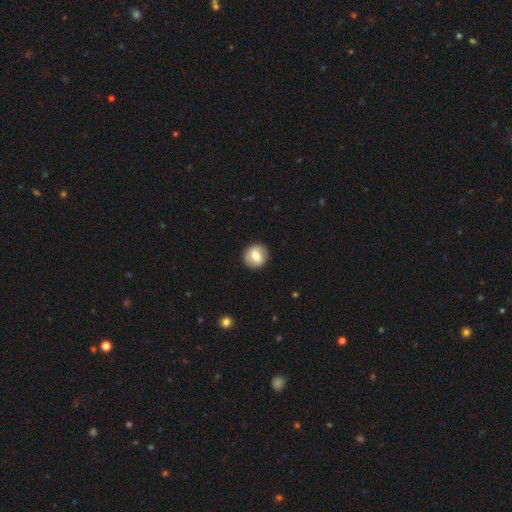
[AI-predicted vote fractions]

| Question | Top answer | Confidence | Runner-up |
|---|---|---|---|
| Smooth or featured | smooth | 68% | featured or disk (24%) |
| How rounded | round | 86% | in between (13%) |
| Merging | none | 88% | minor disturbance (8%) |